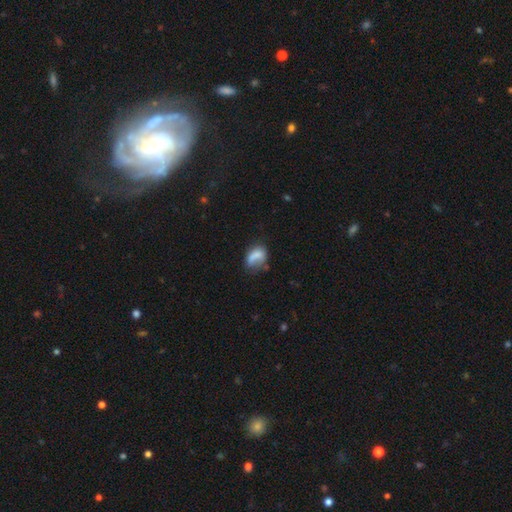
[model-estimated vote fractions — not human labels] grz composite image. It shows a smooth galaxy with no disk features (69%) that is in between round and cigar-shaped (75%). Merging: none (39%).